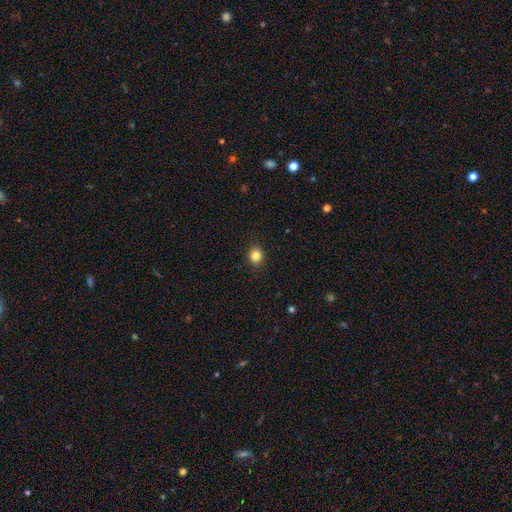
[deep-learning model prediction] Smooth or featured? smooth (84%)
How rounded? round (73%)
Merging? none (91%)